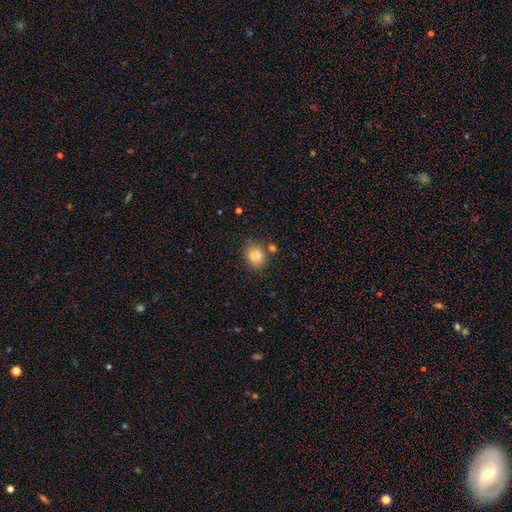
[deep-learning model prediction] A smooth galaxy with no disk features (85%) that is round (58%). Merging: none (74%).